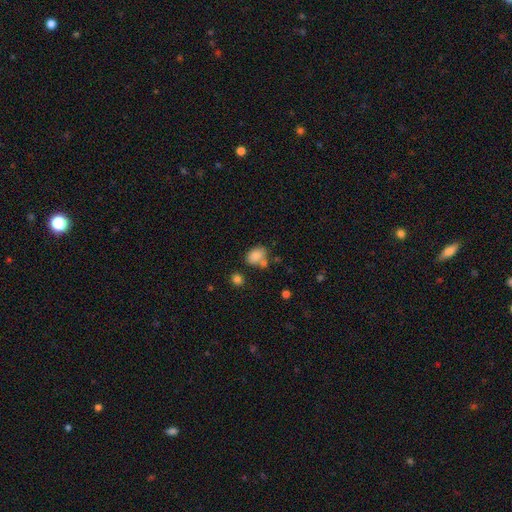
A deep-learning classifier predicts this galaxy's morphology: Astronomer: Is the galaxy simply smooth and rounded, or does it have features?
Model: smooth — 83%.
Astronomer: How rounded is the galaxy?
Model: in between — 78%.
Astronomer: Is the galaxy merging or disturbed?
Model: none — 53%.